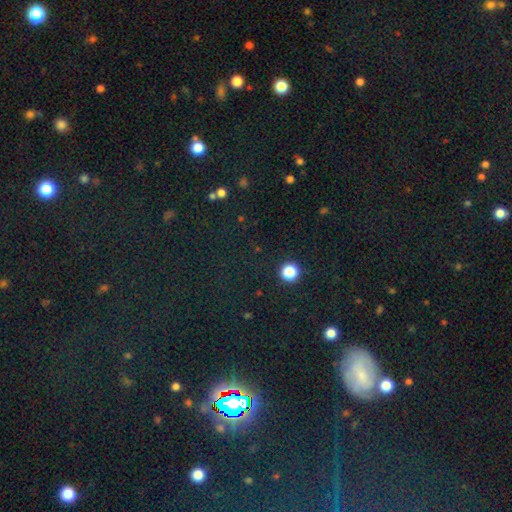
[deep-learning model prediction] smooth-or-featured: star or artifact: 69% | smooth: 21% | featured or disk: 10%